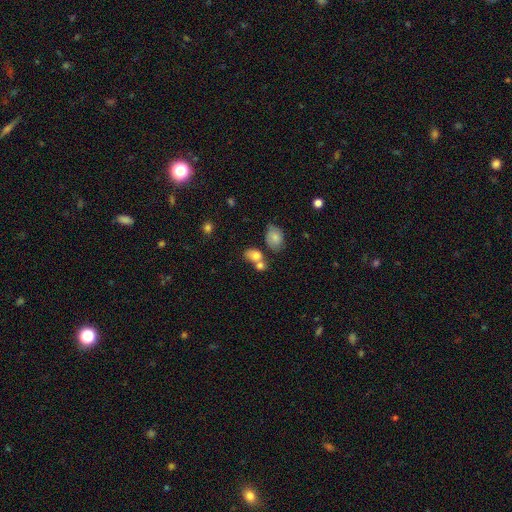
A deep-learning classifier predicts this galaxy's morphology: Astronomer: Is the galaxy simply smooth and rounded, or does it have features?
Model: smooth — 77%.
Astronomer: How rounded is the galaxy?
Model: in between — 63%.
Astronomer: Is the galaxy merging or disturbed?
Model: merger — 45% (runner-up: none, 37%).